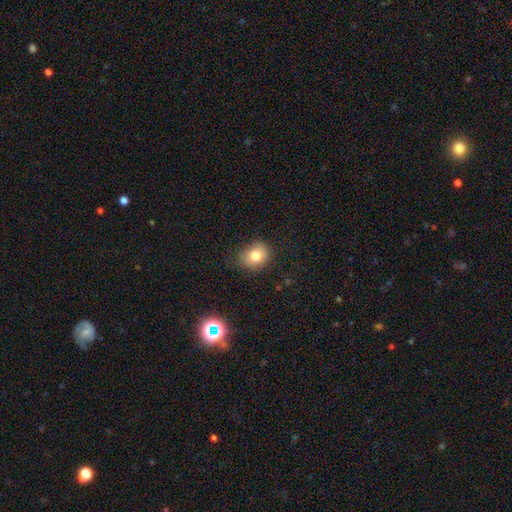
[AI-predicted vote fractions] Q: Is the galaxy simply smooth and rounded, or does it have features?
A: smooth — 79%.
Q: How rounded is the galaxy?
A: round — 56%.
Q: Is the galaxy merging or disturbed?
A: none — 73%.